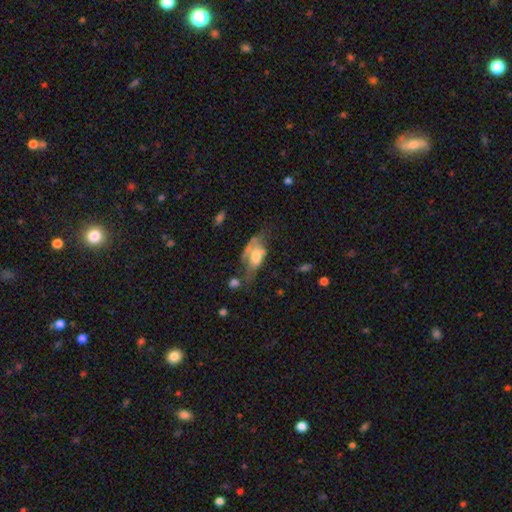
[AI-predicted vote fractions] Overall: smooth (46%; featured or disk 45%). Merging: major disturbance (40%; minor disturbance 24%).